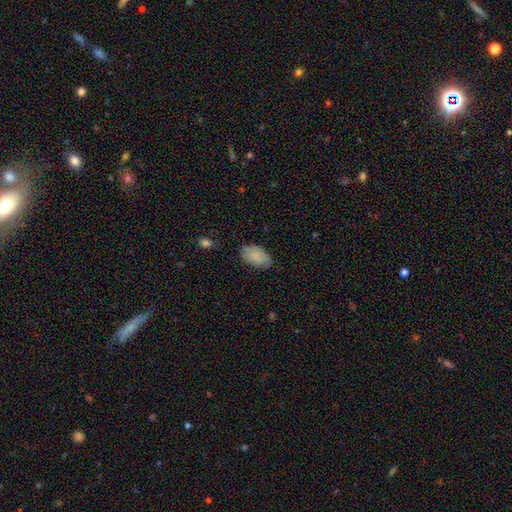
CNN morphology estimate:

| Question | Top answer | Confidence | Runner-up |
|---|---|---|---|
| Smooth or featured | smooth | 87% | featured or disk (7%) |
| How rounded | in between | 94% | round (4%) |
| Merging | none | 77% | minor disturbance (18%) |